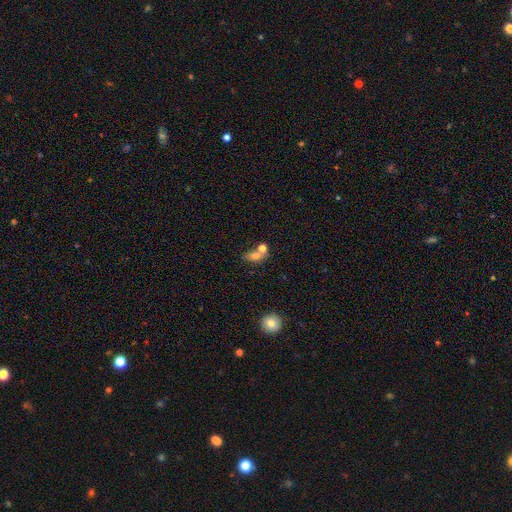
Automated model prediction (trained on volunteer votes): Smooth or featured? smooth (70%)
How rounded? in between (65%)
Merging? merger (44%)